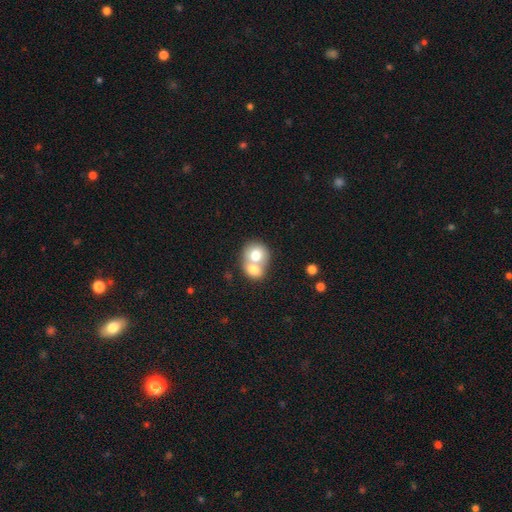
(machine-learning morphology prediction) This appears to be a smooth galaxy with no disk features (71%) that is round (70%). Merging: merger (72%).